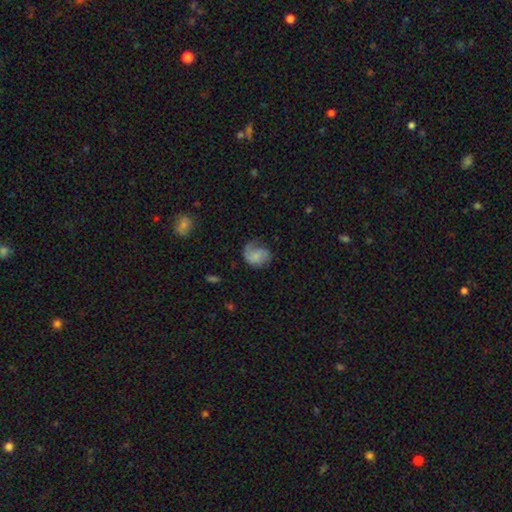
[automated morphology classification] Overall: smooth (53%; featured or disk 39%). How rounded: round (55%; in between 44%). Merging: none (41%; minor disturbance 29%).